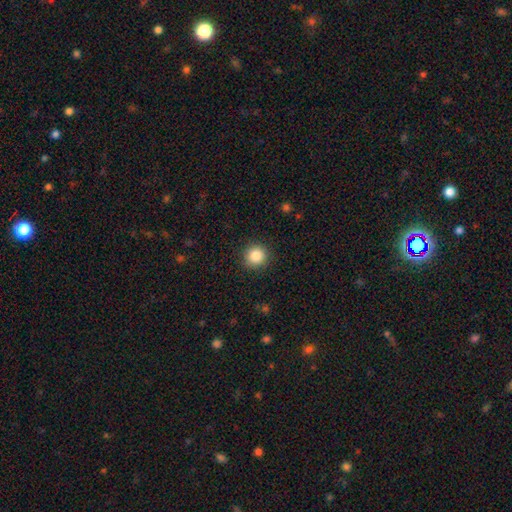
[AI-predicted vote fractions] smooth_or_featured: smooth (p=0.86) [alt: star or artifact p=0.10]
how_rounded: round (p=0.93) [alt: in between p=0.06]
merging: none (p=0.91) [alt: minor disturbance p=0.06]